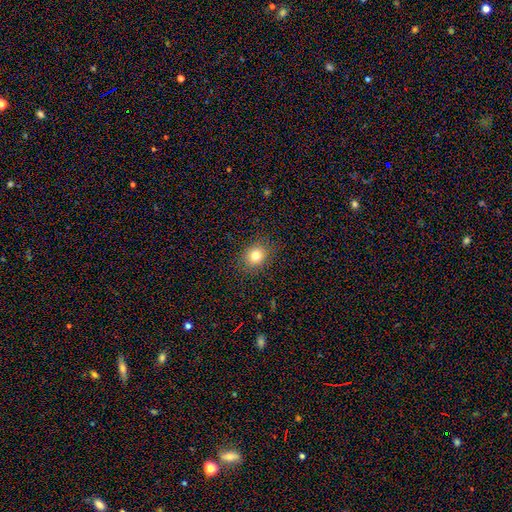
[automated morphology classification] A smooth galaxy with no disk features (79%) that is round (64%). Merging: none (86%).